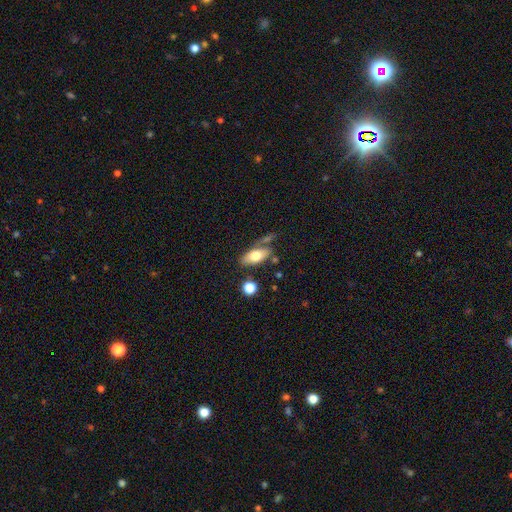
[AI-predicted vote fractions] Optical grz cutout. It shows a smooth galaxy with no disk features (69%) that is in between round and cigar-shaped (83%). Merging: none (57%).